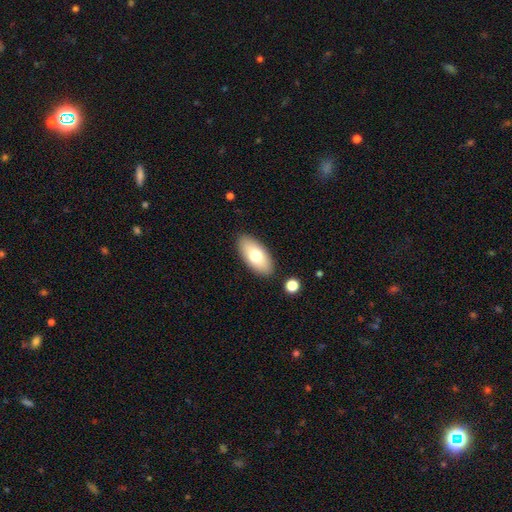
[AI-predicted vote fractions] Overall: smooth (72%). How rounded: in between (92%). Merging: none (88%).